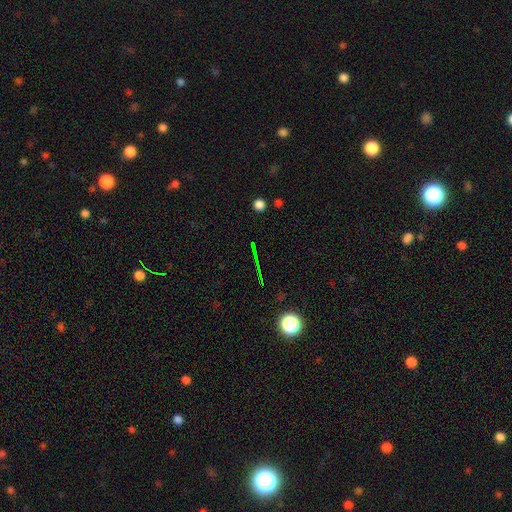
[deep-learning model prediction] smooth-or-featured: star or artifact: 68% | smooth: 16% | featured or disk: 16%